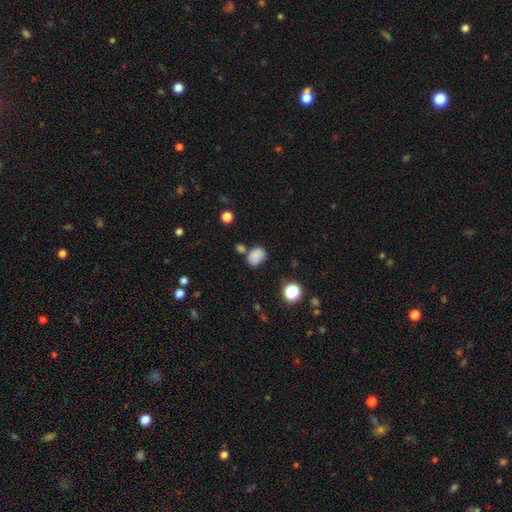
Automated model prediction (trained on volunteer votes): Smooth or featured: smooth — 82% (star or artifact — 12%)
How rounded: in between — 69% (round — 30%)
Merging: none — 62% (minor disturbance — 19%)